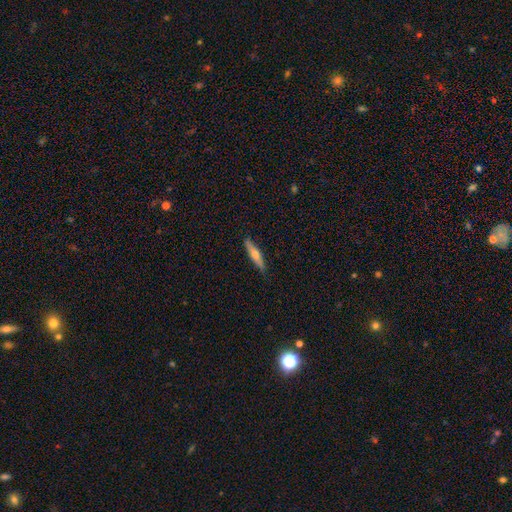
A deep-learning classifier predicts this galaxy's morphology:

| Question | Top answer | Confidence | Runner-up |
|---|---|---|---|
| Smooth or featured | featured or disk | 47% | tied: smooth (47%) |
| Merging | none | 88% | minor disturbance (9%) |